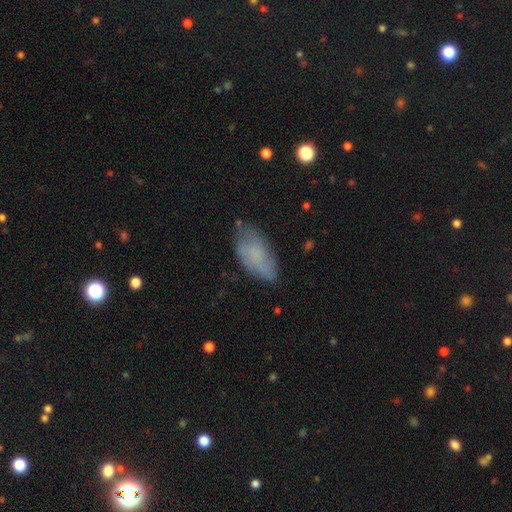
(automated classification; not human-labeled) Smooth or featured? smooth (72%)
How rounded? in between (91%)
Merging? none (64%)